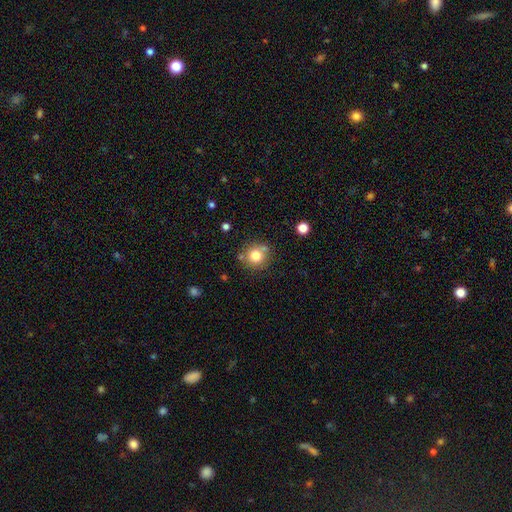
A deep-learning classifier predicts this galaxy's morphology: This is likely a smooth galaxy (78%). How rounded: clearly round (91%). Merging: likely none (73%).